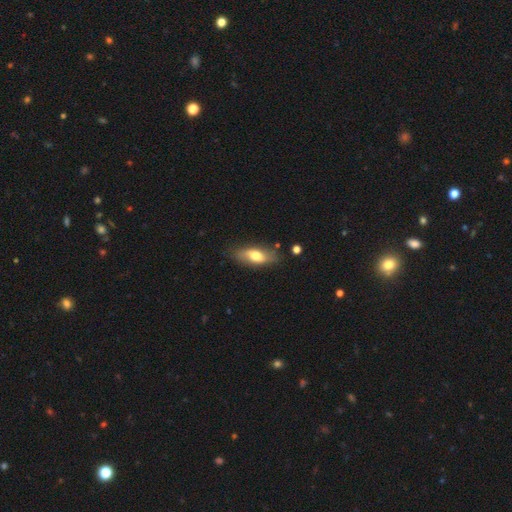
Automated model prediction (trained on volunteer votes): Smooth or featured? smooth (64%)
How rounded? in between (78%)
Merging? none (77%)